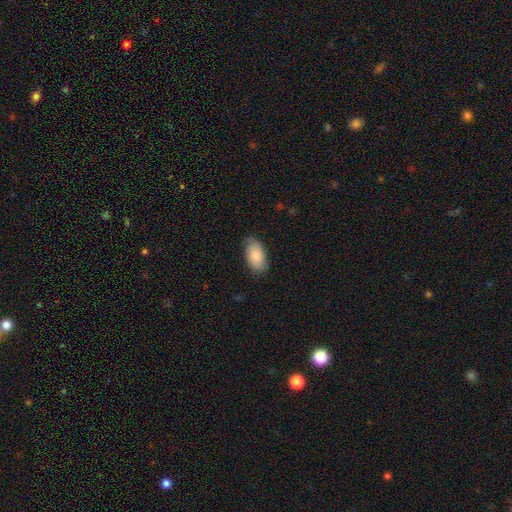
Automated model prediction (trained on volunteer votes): smooth_or_featured: smooth (p=0.84) [alt: featured or disk p=0.10]
how_rounded: in between (p=0.94) [alt: round p=0.03]
merging: none (p=0.76) [alt: minor disturbance p=0.20]